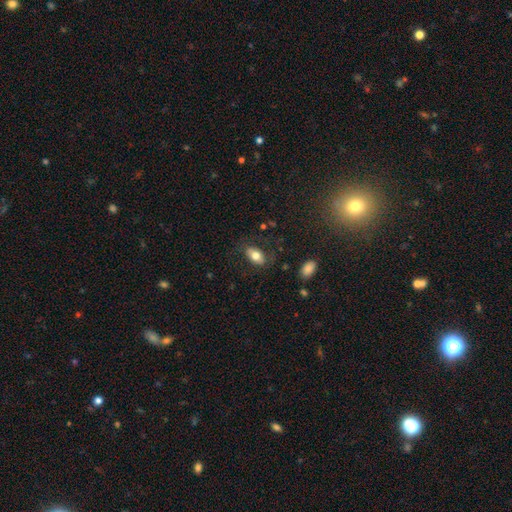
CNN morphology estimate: smooth_or_featured: smooth (p=0.72) [alt: featured or disk p=0.20]
how_rounded: in between (p=0.91) [alt: round p=0.06]
merging: none (p=0.76) [alt: minor disturbance p=0.16]